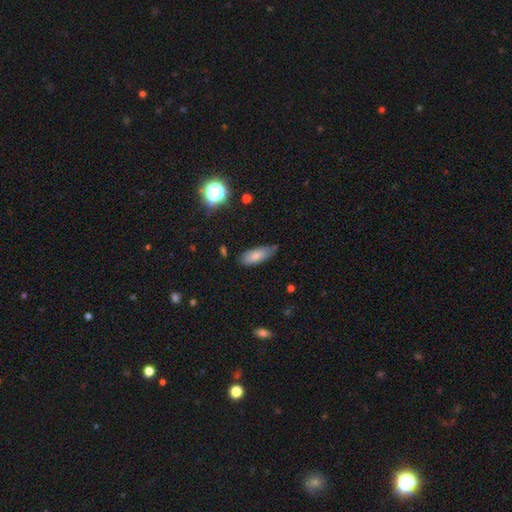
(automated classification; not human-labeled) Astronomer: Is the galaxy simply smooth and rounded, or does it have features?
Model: smooth — 78%.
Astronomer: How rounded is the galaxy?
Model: in between — 73%.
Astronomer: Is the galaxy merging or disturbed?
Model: none — 64%.